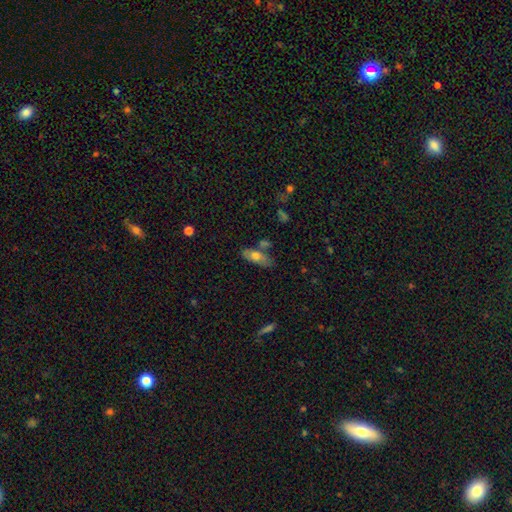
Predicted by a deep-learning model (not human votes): Smooth or featured? Predicted: smooth (p=0.64). How rounded? Predicted: in between (p=0.76). Merging? Predicted: none (p=0.63).